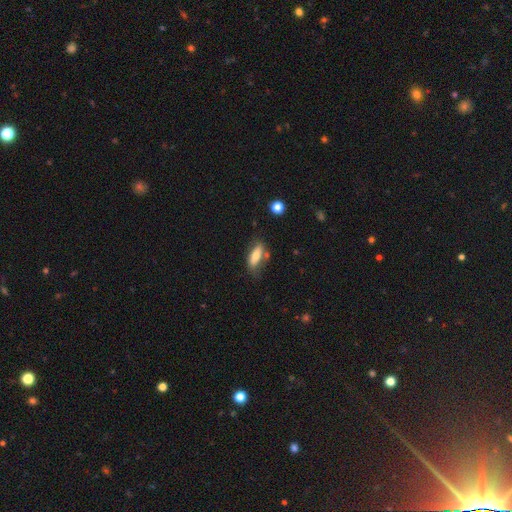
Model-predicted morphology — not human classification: This is likely a smooth galaxy (67%). How rounded: likely in between (72%). Merging: likely none (61%).